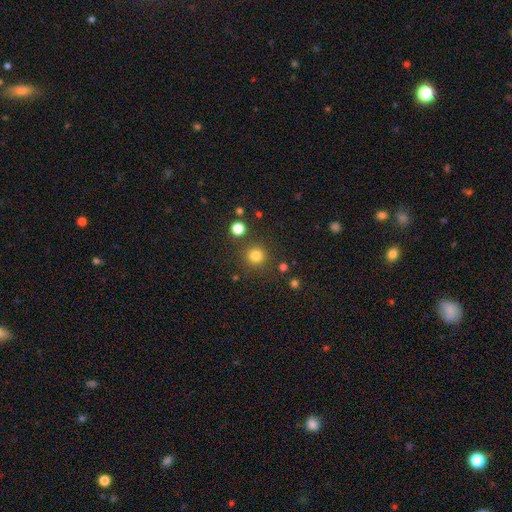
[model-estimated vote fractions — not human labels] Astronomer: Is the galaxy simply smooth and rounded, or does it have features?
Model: smooth — 81%.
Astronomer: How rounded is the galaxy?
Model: round — 94%.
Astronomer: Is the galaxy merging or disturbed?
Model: none — 85%.